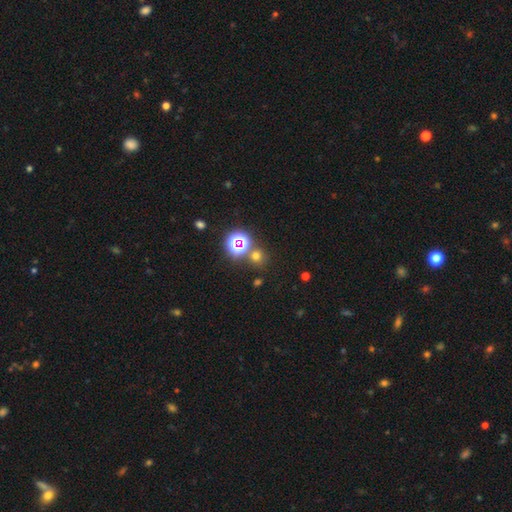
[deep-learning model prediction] Smooth or featured? Predicted: smooth (p=0.59). How rounded? Predicted: round (p=0.87). Merging? Predicted: none (p=0.75).